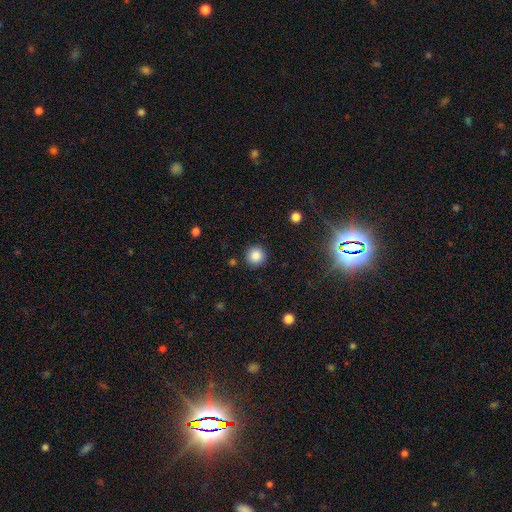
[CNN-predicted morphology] This appears to be a smooth galaxy with no disk features (86%) that is round (95%). Merging: none (90%).